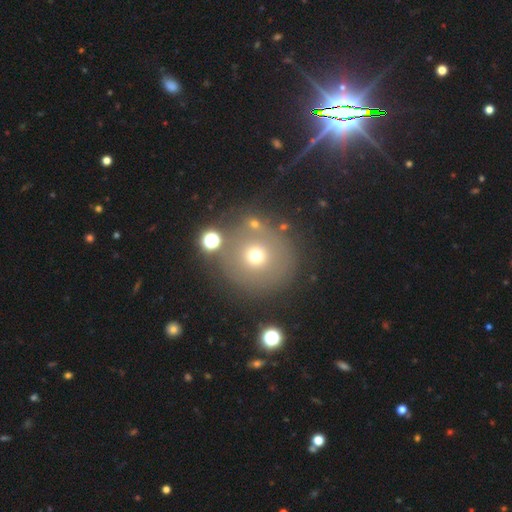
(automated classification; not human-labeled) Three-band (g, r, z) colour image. It shows a smooth galaxy with no disk features (65%) that is round (92%). Merging: none (75%).